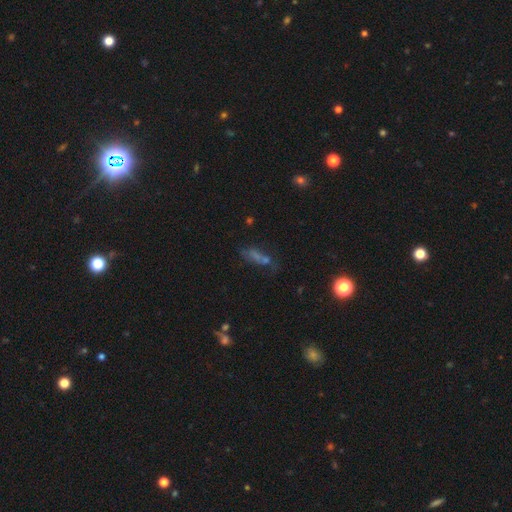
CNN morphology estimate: Q: Smooth or featured?
A: smooth (47%); runner-up: star or artifact (33%)
Q: Merging?
A: none (51%); runner-up: minor disturbance (18%)